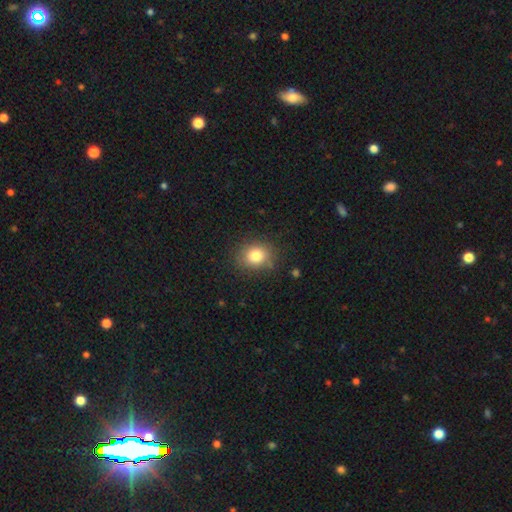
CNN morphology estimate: This appears to be a smooth galaxy with no disk features (80%) that is round (70%). Merging: none (82%).